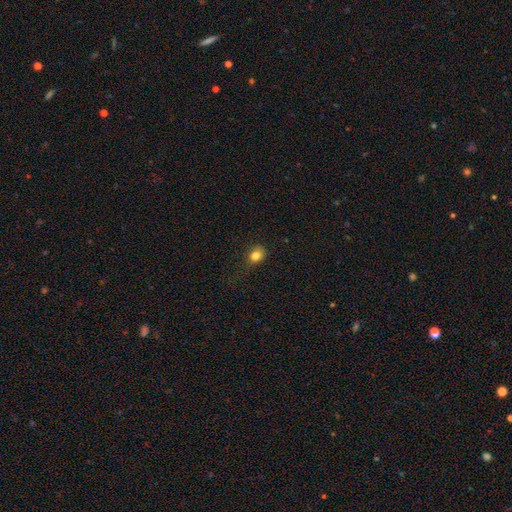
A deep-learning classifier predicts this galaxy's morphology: smooth-or-featured: smooth: 81% | star or artifact: 12% | featured or disk: 7%
  how-rounded: round: 53% | in between: 46% | cigar-shaped: 1%
  merging: none: 69% | minor disturbance: 22% | major disturbance: 8% | merger: 1%